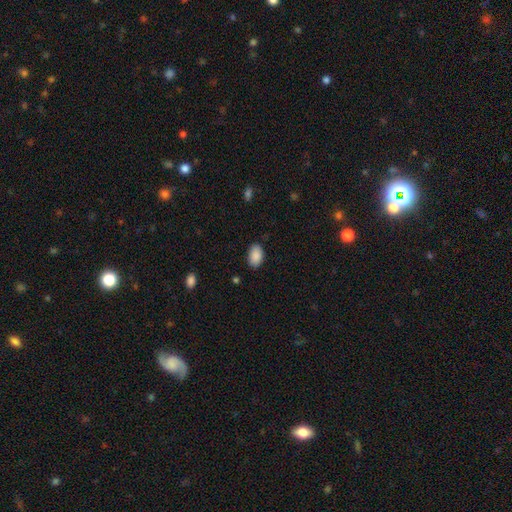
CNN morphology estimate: A smooth galaxy with no disk features (90%) that is in between round and cigar-shaped (92%). Merging: none (86%).